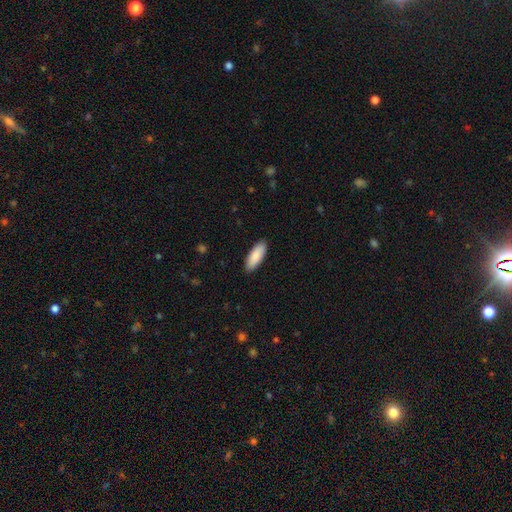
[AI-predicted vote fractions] Morphology: type=smooth (89%); roundness=in between (73%); merging=none (90%).